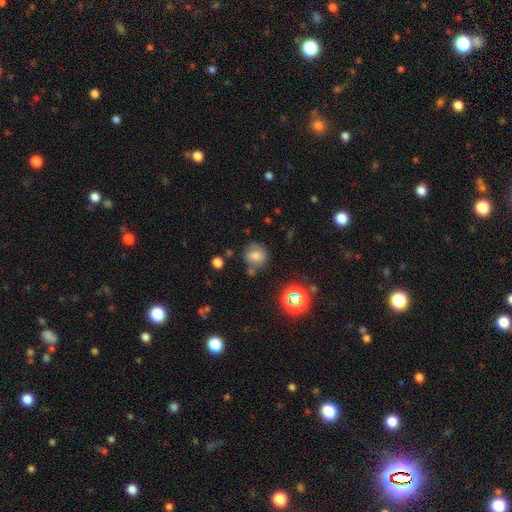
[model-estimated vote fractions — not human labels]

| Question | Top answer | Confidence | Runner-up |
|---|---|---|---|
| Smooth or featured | smooth | 70% | star or artifact (17%) |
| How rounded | round | 85% | in between (14%) |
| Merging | none | 70% | minor disturbance (15%) |